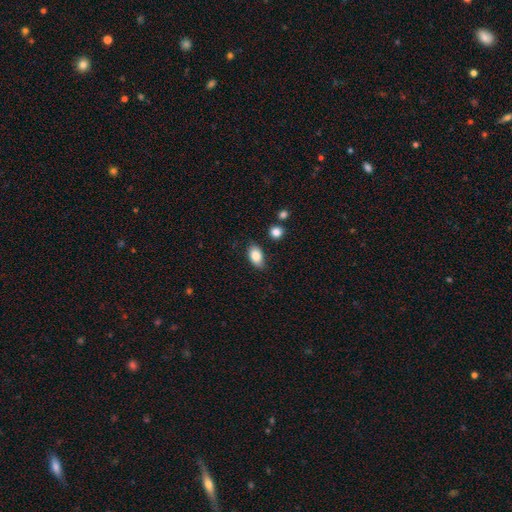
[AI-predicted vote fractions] Smooth or featured? Predicted: smooth (p=0.84). How rounded? Predicted: in between (p=0.89). Merging? Predicted: none (p=0.75).